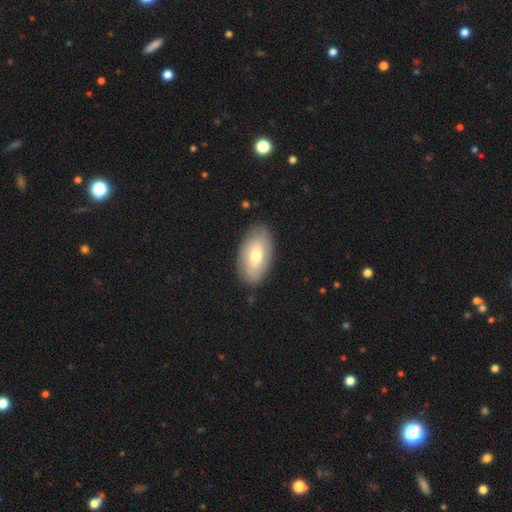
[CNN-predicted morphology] The model was most divided on "smooth or featured": smooth: 57%, featured or disk: 37%, star or artifact: 6%. More confident: how rounded — in between (93%); merging — none (85%).